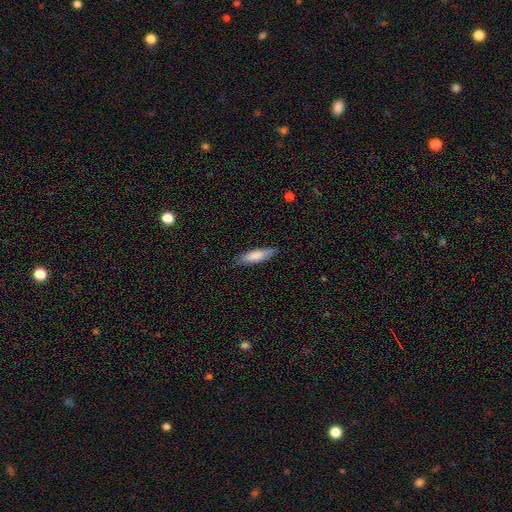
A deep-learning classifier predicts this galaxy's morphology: Overall: smooth (81%). How rounded: cigar-shaped (58%; in between 41%). Merging: none (82%).